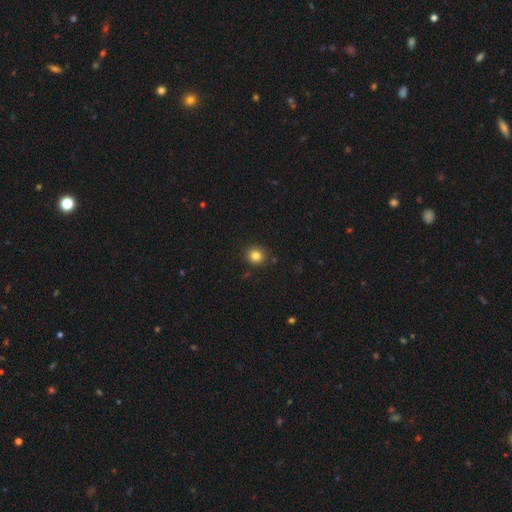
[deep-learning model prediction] smooth_or_featured: smooth (p=0.82) [alt: star or artifact p=0.12]
how_rounded: round (p=0.89) [alt: in between p=0.10]
merging: none (p=0.89) [alt: minor disturbance p=0.07]